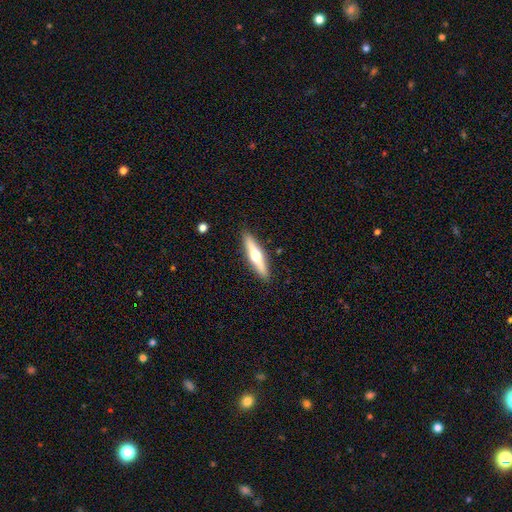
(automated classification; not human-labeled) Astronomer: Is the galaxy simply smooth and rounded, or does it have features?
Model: featured or disk — 60%.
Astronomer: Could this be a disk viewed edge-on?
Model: yes — 95%.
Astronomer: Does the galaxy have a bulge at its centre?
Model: rounded — 94%.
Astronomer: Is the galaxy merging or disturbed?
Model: none — 90%.